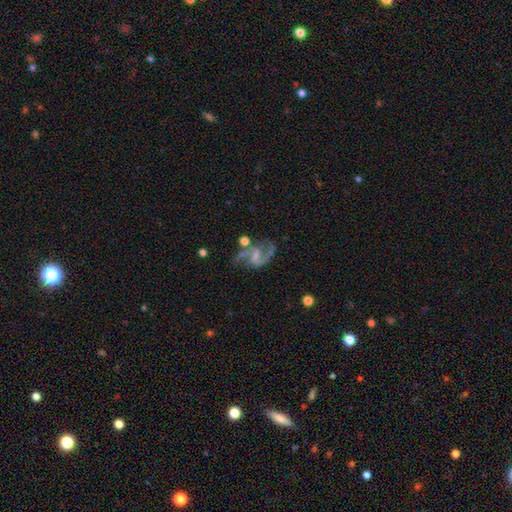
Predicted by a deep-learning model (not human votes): A featured or disk galaxy (85%) with a weak bar (51%), 2 (89%) loose (50%) spiral arms (95%) and a small central bulge (43%).

Vote fractions:
- Smooth or featured? featured or disk: 85% / smooth: 8% / star or artifact: 7%
- Edge-on disk? no: 98% / yes: 2%
- Bar? weak: 51% / no: 25% / strong: 23%
- Spiral arms? yes: 95% / no: 5%
- Spiral winding? loose: 50% / medium: 42% / tight: 8%
- Spiral arm count? 2: 89% / 1: 3% / can't tell: 3% / 3: 2% / 4: 1% / more than 4: 1%
- Bulge size? small: 43% / none: 31% / moderate: 21% / large: 3% / dominant: 1%
- Merging? none: 53% / minor disturbance: 19% / major disturbance: 16% / merger: 12%